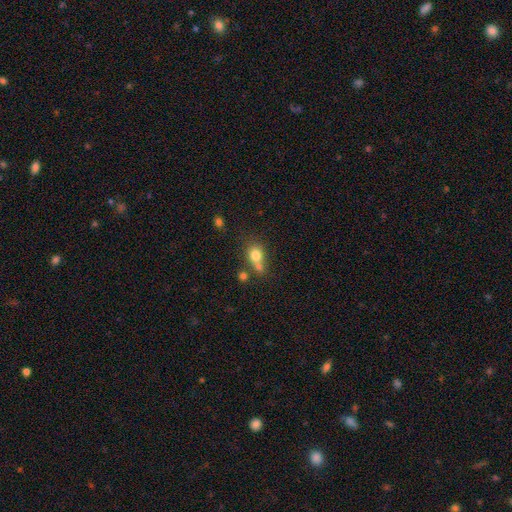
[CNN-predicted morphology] smooth 77%, featured or disk 12%, star or artifact 11%. Down the decision tree: how rounded — round (64%); merging — merger (42%).